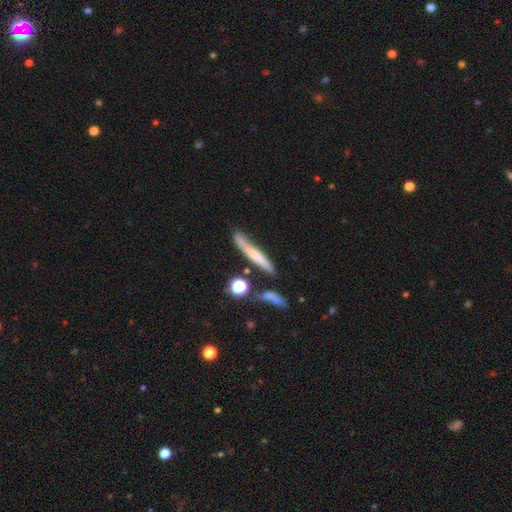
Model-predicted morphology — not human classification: smooth-or-featured: featured or disk: 47% | smooth: 44% | star or artifact: 9%
  merging: none: 54% | minor disturbance: 23% | merger: 14% | major disturbance: 10%